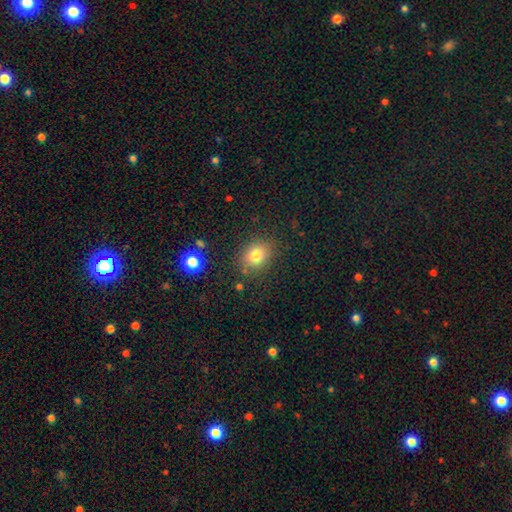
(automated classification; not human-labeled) Smooth or featured?
  - smooth: 79% *
  - star or artifact: 13%
  - featured or disk: 9%
How rounded?
  - round: 52% *
  - in between: 47%
  - cigar-shaped: 1%
Merging?
  - none: 81% *
  - minor disturbance: 12%
  - major disturbance: 4%
  - merger: 3%